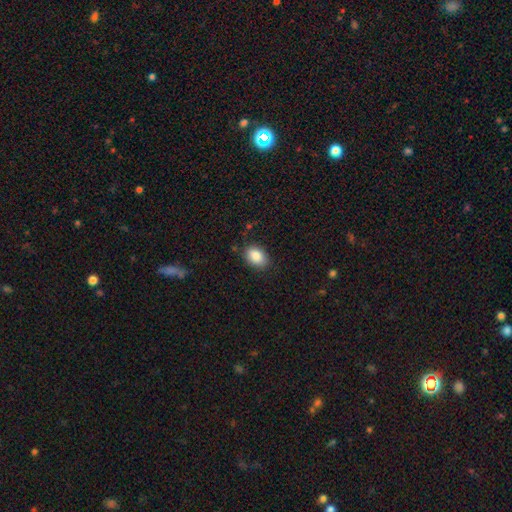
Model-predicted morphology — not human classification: Overall: smooth (88%). How rounded: in between (82%). Merging: none (83%).